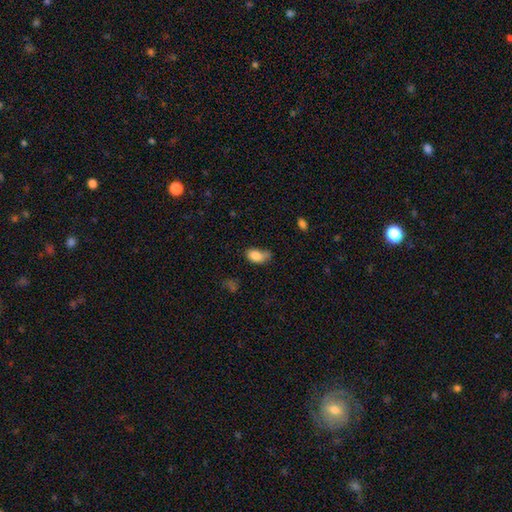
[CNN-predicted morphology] Overall: smooth (84%). How rounded: in between (89%). Merging: minor disturbance (38%; none 36%).